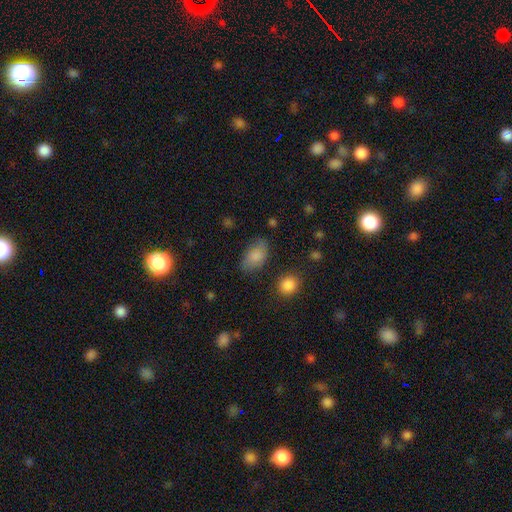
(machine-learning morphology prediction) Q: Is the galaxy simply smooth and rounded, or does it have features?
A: smooth — 80%.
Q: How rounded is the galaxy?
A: in between — 88%.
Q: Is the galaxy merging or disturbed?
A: none — 68%.